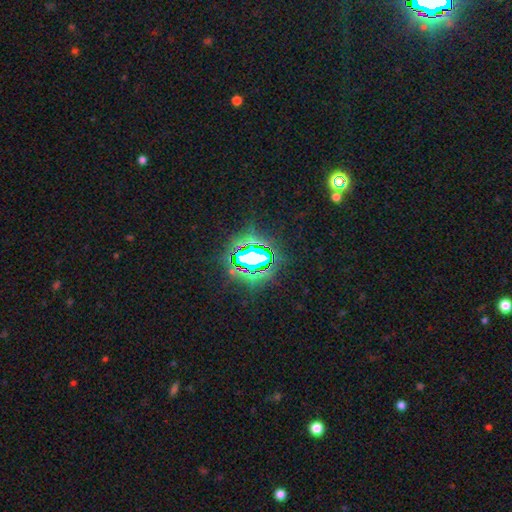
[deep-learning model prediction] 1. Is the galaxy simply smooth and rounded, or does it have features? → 77% star or artifact, 12% smooth, 10% featured or disk.